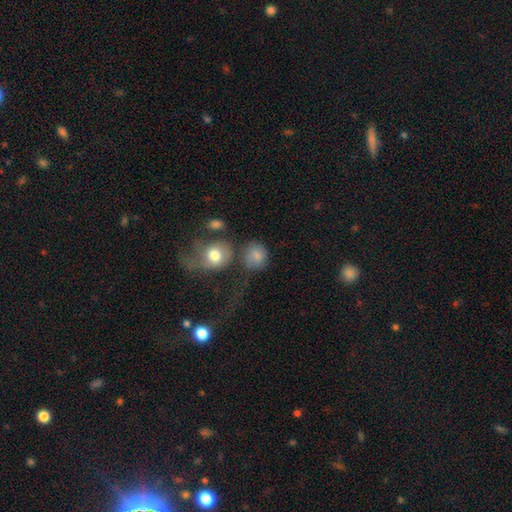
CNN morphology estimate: Smooth or featured? Predicted: smooth (p=0.82). How rounded? Predicted: round (p=0.80). Merging? Predicted: none (p=0.55).